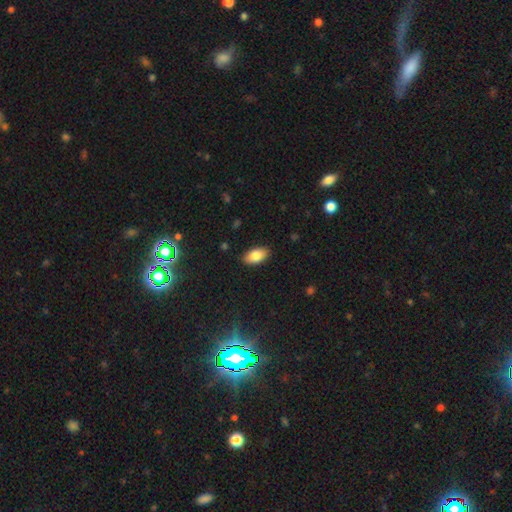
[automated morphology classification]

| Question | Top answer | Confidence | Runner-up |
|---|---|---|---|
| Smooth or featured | smooth | 82% | featured or disk (11%) |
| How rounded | in between | 93% | round (4%) |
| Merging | none | 88% | minor disturbance (9%) |